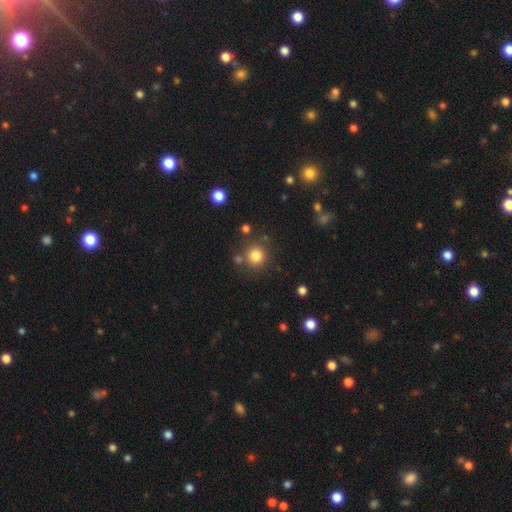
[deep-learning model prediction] smooth-or-featured: smooth: 82% | star or artifact: 12% | featured or disk: 6%
  how-rounded: round: 94% | in between: 6% | cigar-shaped: 1%
  merging: none: 81% | minor disturbance: 8% | merger: 8% | major disturbance: 3%